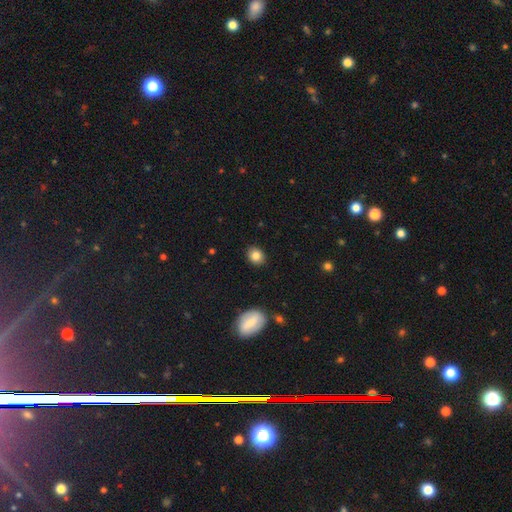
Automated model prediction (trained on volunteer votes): smooth 84%, star or artifact 9%, featured or disk 7%. Down the decision tree: how rounded — round (59%); merging — none (88%).